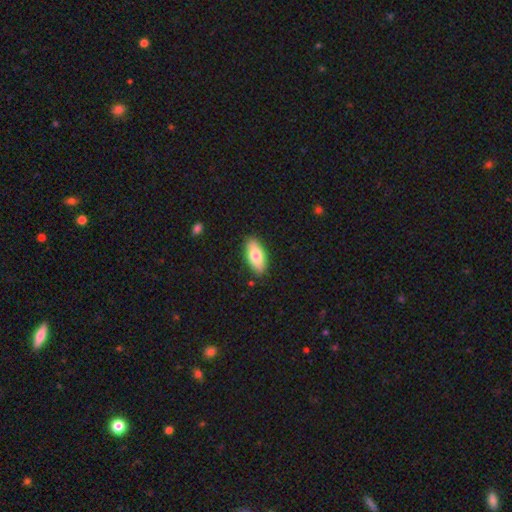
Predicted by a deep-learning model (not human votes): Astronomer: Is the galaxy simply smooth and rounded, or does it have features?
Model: smooth — 75%.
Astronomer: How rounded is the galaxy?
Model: in between — 86%.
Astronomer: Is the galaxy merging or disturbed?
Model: none — 88%.